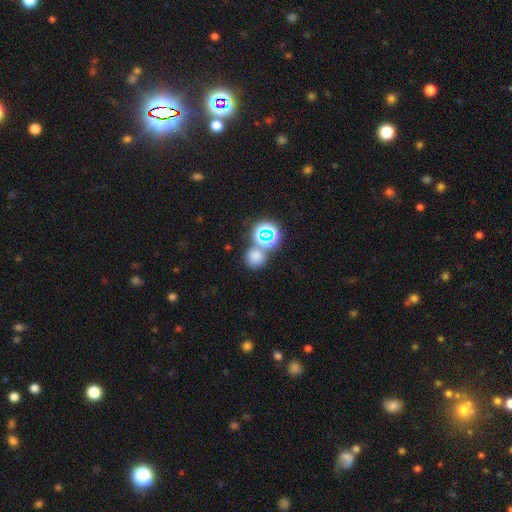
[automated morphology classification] This appears to be a smooth galaxy with no disk features (67%) that is round (86%). Merging: none (63%).